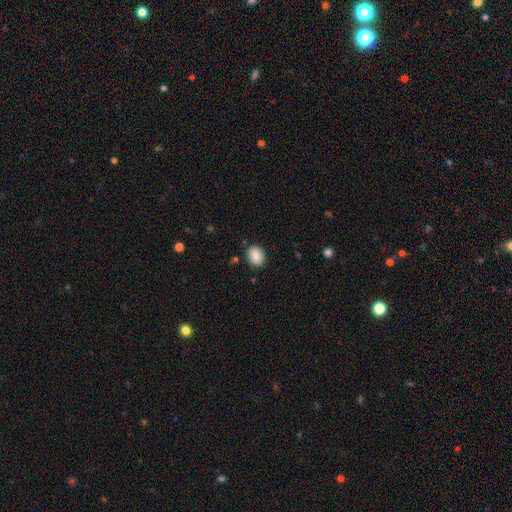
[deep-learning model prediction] Q: Smooth or featured?
A: smooth (88%); runner-up: star or artifact (8%)
Q: How rounded?
A: in between (63%); runner-up: round (36%)
Q: Merging?
A: none (84%); runner-up: minor disturbance (11%)